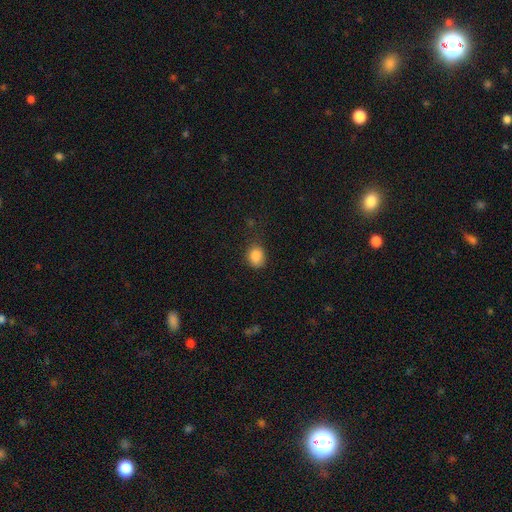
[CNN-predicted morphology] Smooth or featured? Predicted: smooth (p=0.87). How rounded? Predicted: round (p=0.61). Merging? Predicted: none (p=0.73).